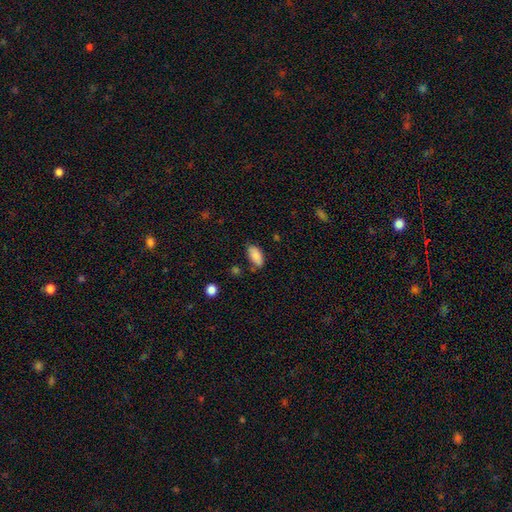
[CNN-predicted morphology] Q: Smooth or featured?
A: smooth (86%); runner-up: star or artifact (7%)
Q: How rounded?
A: in between (92%); runner-up: cigar-shaped (5%)
Q: Merging?
A: none (70%); runner-up: minor disturbance (22%)